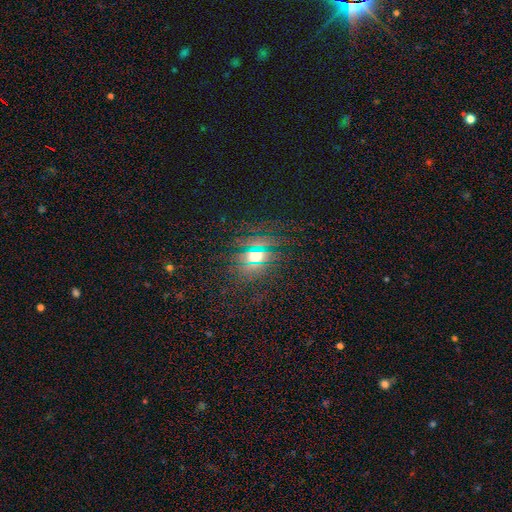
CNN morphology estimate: star or artifact 47%, smooth 37%, featured or disk 16%.